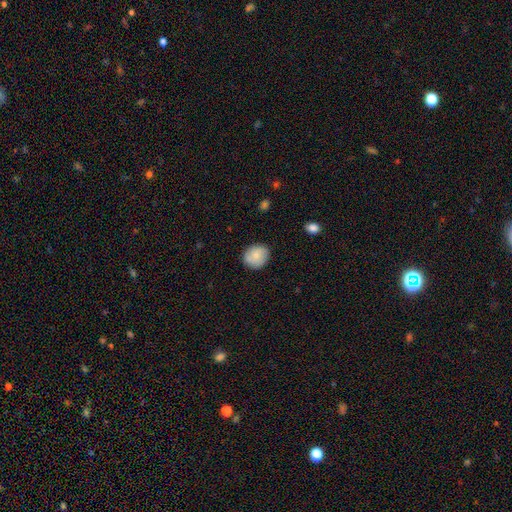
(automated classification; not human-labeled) Smooth or featured? Predicted: smooth (p=0.78). How rounded? Predicted: round (p=0.75). Merging? Predicted: none (p=0.84).